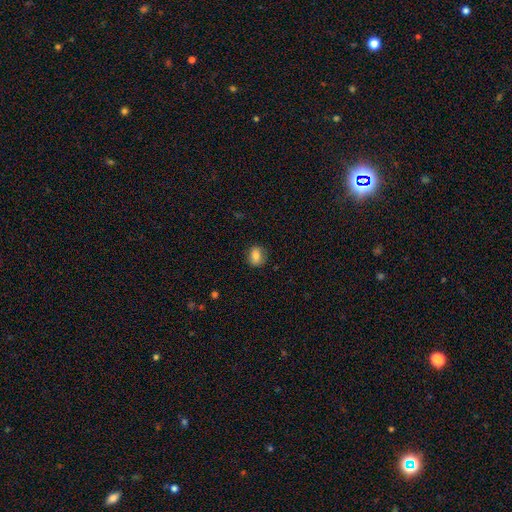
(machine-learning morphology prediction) This appears to be a smooth galaxy with no disk features (83%) that is in between round and cigar-shaped (51%). Merging: none (83%).